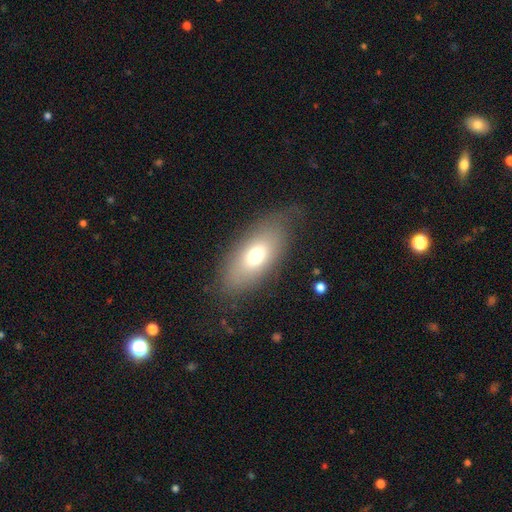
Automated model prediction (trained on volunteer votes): This appears to be a smooth galaxy with no disk features (68%) that is in between round and cigar-shaped (88%). Merging: none (72%).